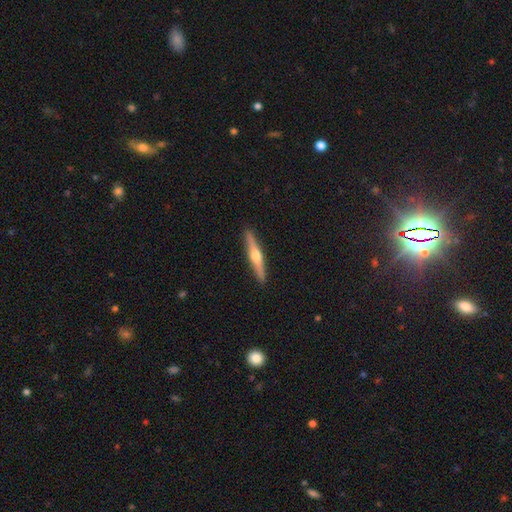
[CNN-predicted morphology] Smooth or featured: featured or disk — 64% (smooth — 30%)
Edge-on disk: yes — 97% (no — 3%)
Edge-on bulge: rounded — 92% (none — 4%)
Merging: none — 91% (minor disturbance — 6%)